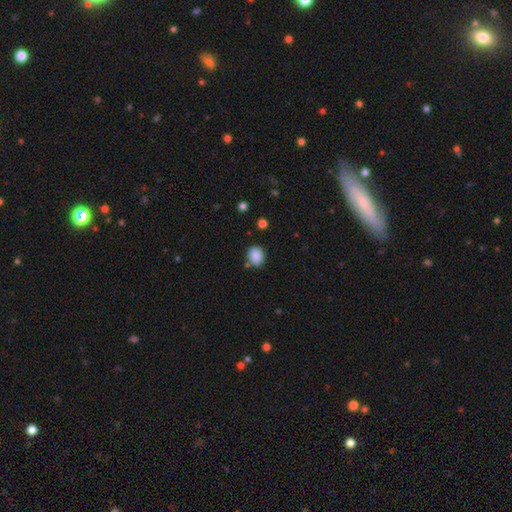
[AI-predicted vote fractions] This is clearly a smooth galaxy (88%). How rounded: possibly round (50%). Merging: likely none (77%).